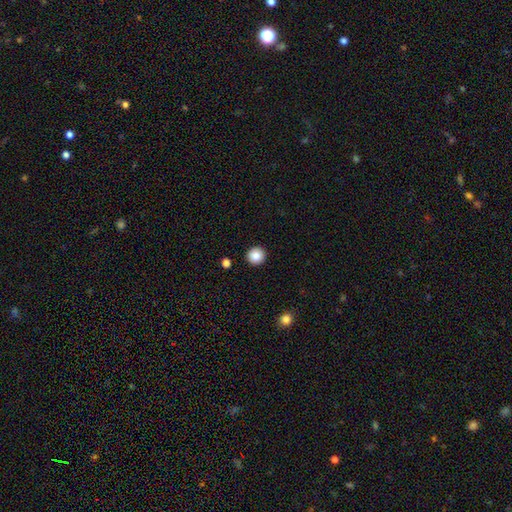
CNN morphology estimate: smooth-or-featured: smooth: 87% | star or artifact: 9% | featured or disk: 4%
  how-rounded: round: 95% | in between: 4% | cigar-shaped: 1%
  merging: none: 93% | minor disturbance: 4% | major disturbance: 1% | merger: 1%